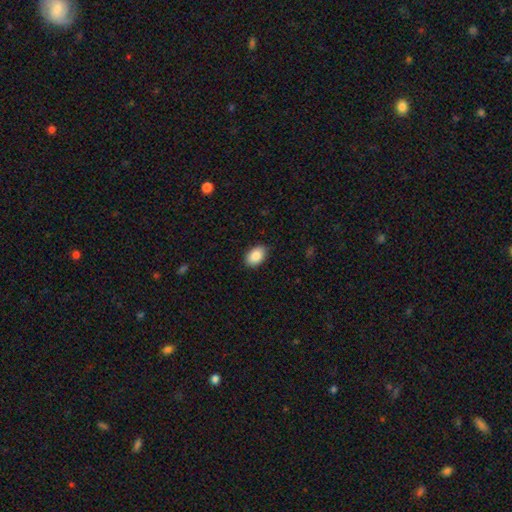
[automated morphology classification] Smooth or featured? Predicted: smooth (p=0.89). How rounded? Predicted: in between (p=0.90). Merging? Predicted: none (p=0.86).